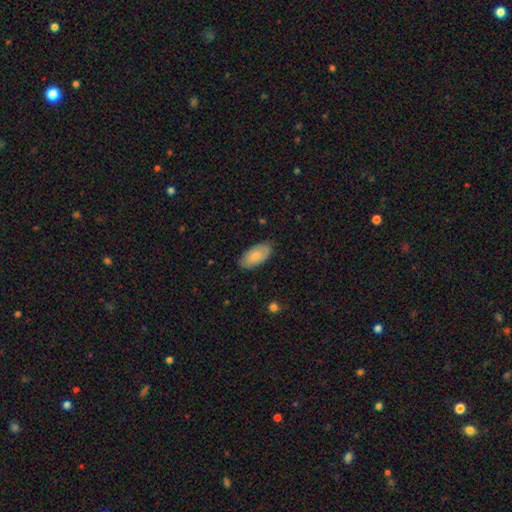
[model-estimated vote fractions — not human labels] Morphology: type=smooth (80%); roundness=in between (94%); merging=none (82%).